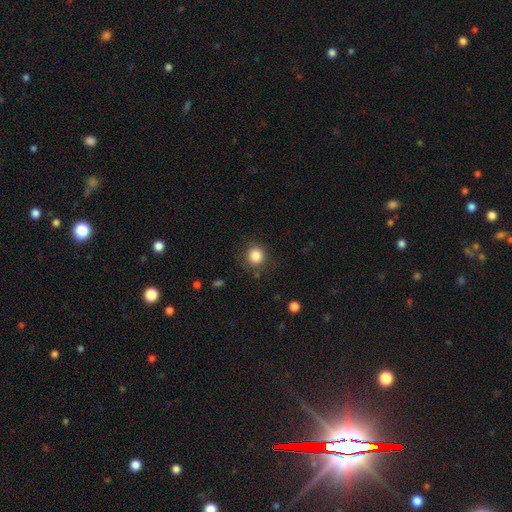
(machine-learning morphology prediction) smooth-or-featured: smooth: 84% | star or artifact: 10% | featured or disk: 5%
  how-rounded: round: 89% | in between: 10% | cigar-shaped: 1%
  merging: none: 83% | minor disturbance: 12% | major disturbance: 4% | merger: 2%